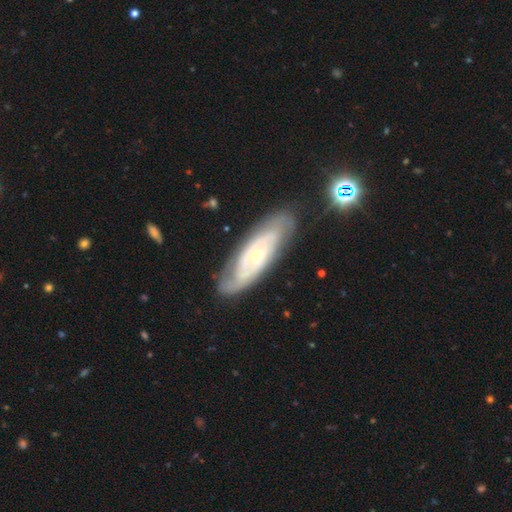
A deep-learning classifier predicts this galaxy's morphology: Smooth or featured?
  - featured or disk: 76% *
  - smooth: 18%
  - star or artifact: 6%
Edge-on disk?
  - no: 86% *
  - yes: 14%
Bar?
  - no: 61% *
  - weak: 32%
  - strong: 7%
Spiral arms?
  - yes: 90% *
  - no: 10%
Spiral winding?
  - tight: 58% *
  - medium: 33%
  - loose: 9%
Spiral arm count?
  - 2: 42% *
  - can't tell: 41%
  - 3: 8%
  - 1: 4%
  - 4: 3%
  - more than 4: 2%
Bulge size?
  - small: 68% *
  - moderate: 24%
  - none: 5%
  - large: 2%
  - dominant: 1%
Merging?
  - none: 74% *
  - minor disturbance: 18%
  - major disturbance: 5%
  - merger: 2%